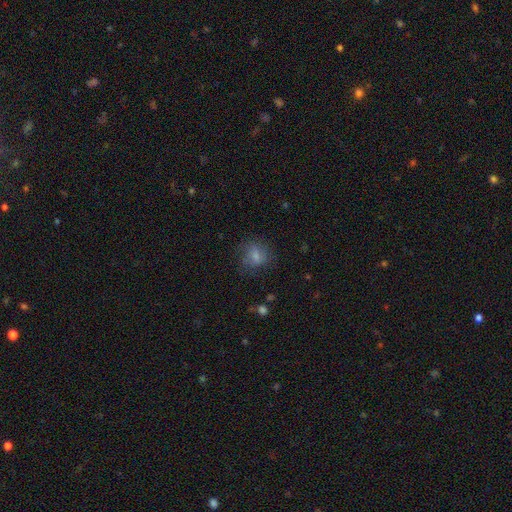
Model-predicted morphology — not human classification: smooth_or_featured: smooth (p=0.70) [alt: featured or disk p=0.19]
how_rounded: round (p=0.63) [alt: in between p=0.35]
merging: none (p=0.63) [alt: minor disturbance p=0.21]